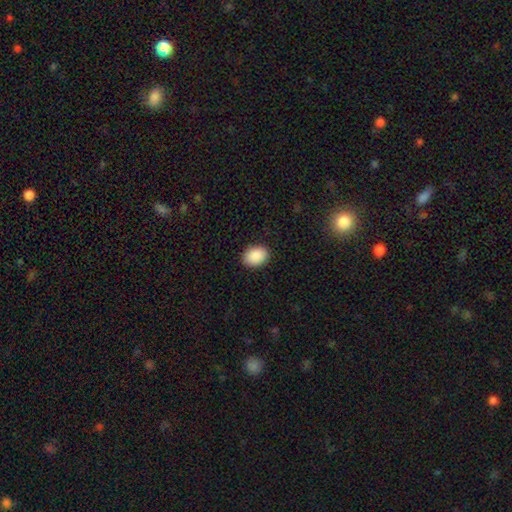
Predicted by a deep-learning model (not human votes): Smooth or featured? Predicted: smooth (p=0.90). How rounded? Predicted: in between (p=0.70). Merging? Predicted: none (p=0.90).